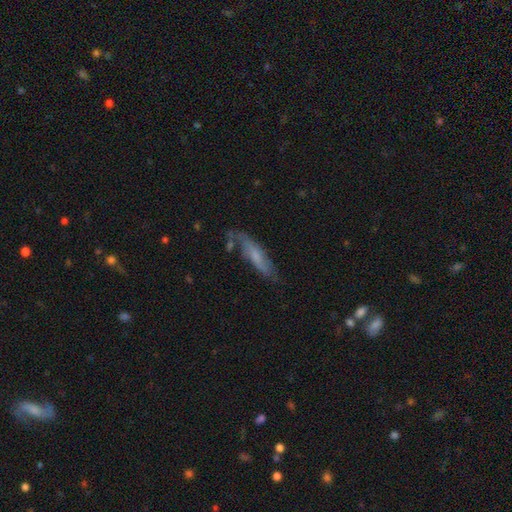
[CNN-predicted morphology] Smooth or featured? smooth (46%, tied with featured or disk)
Merging? none (59%)